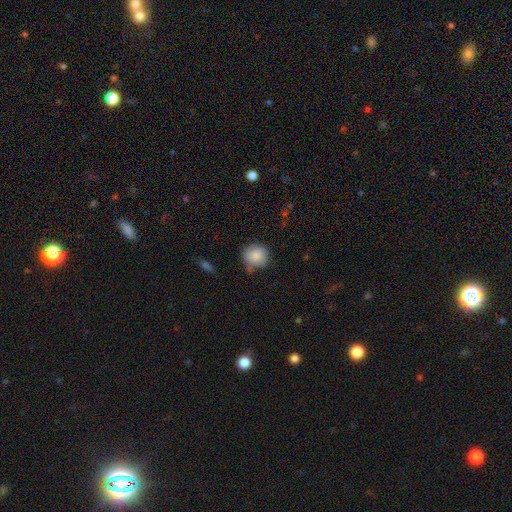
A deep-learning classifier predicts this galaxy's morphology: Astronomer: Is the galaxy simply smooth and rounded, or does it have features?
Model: smooth — 86%.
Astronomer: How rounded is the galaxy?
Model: round — 91%.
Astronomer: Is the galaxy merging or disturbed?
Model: none — 70%.